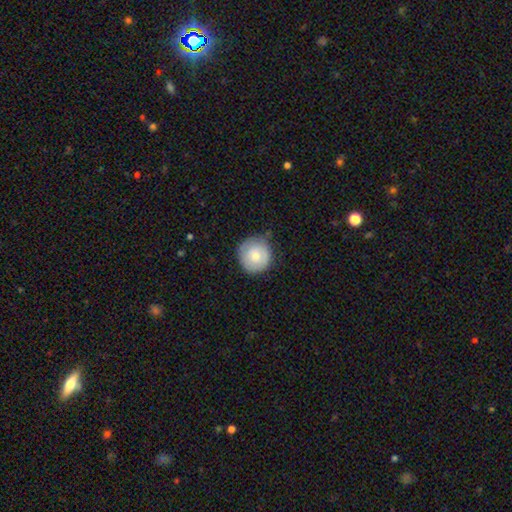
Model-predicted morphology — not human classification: Overall: smooth (72%). How rounded: round (94%). Merging: none (76%).